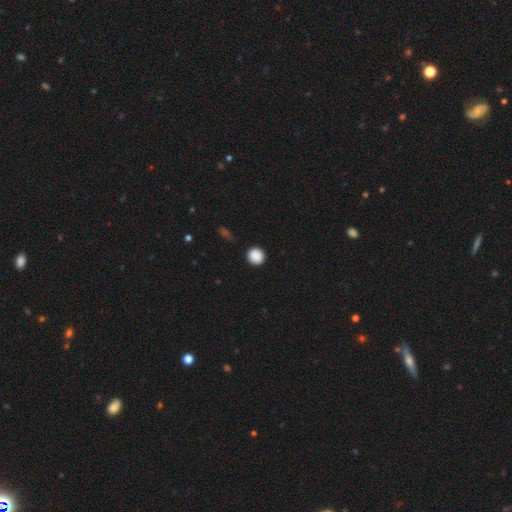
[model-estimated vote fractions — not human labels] Smooth or featured?
  - smooth: 89% *
  - star or artifact: 9%
  - featured or disk: 2%
How rounded?
  - round: 94% *
  - in between: 5%
  - cigar-shaped: 1%
Merging?
  - none: 92% *
  - minor disturbance: 5%
  - major disturbance: 2%
  - merger: 1%